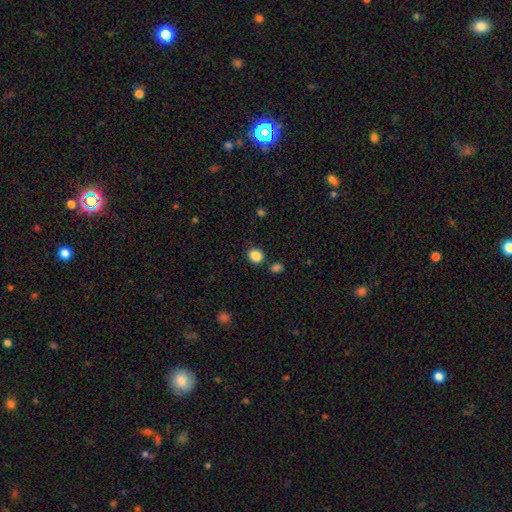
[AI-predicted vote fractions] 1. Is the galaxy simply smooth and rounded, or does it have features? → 86% smooth, 10% star or artifact, 3% featured or disk.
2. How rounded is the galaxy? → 64% round, 35% in between, 1% cigar-shaped.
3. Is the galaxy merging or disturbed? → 82% none, 10% minor disturbance, 5% merger, 3% major disturbance.